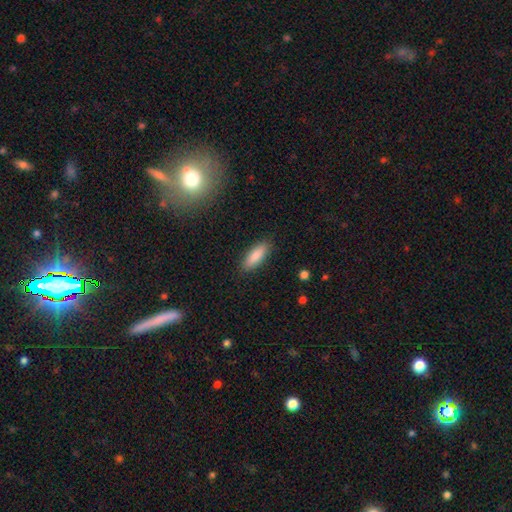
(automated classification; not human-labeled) Smooth or featured? smooth (87%)
How rounded? in between (62%)
Merging? none (88%)